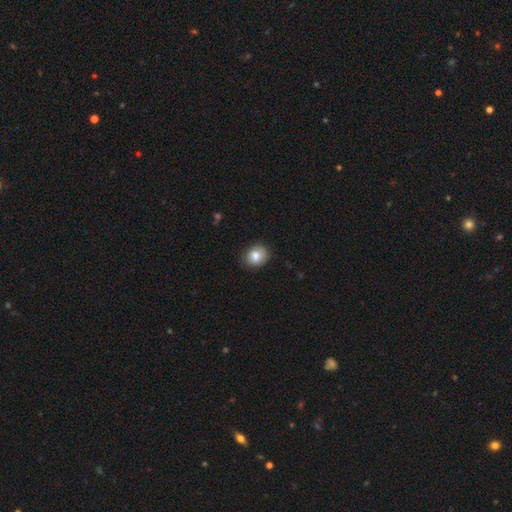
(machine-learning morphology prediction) Smooth or featured?
  - smooth: 81% *
  - featured or disk: 11%
  - star or artifact: 9%
How rounded?
  - round: 59% *
  - in between: 40%
  - cigar-shaped: 1%
Merging?
  - none: 79% *
  - minor disturbance: 16%
  - major disturbance: 3%
  - merger: 1%